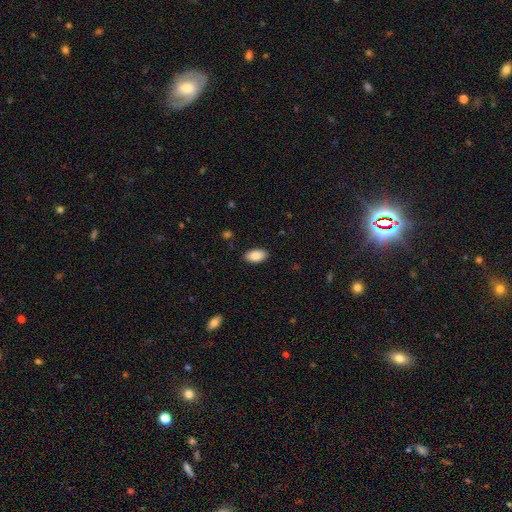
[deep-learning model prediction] A smooth galaxy with no disk features (86%) that is in between round and cigar-shaped (95%). Merging: none (89%).